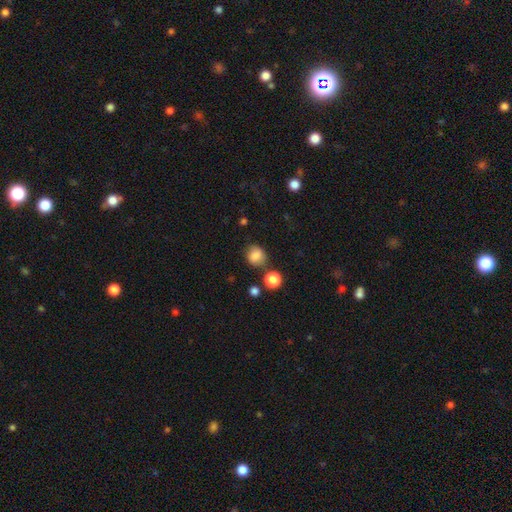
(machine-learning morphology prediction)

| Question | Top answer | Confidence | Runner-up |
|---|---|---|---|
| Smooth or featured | smooth | 82% | star or artifact (11%) |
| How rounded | round | 72% | in between (27%) |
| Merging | none | 71% | minor disturbance (17%) |